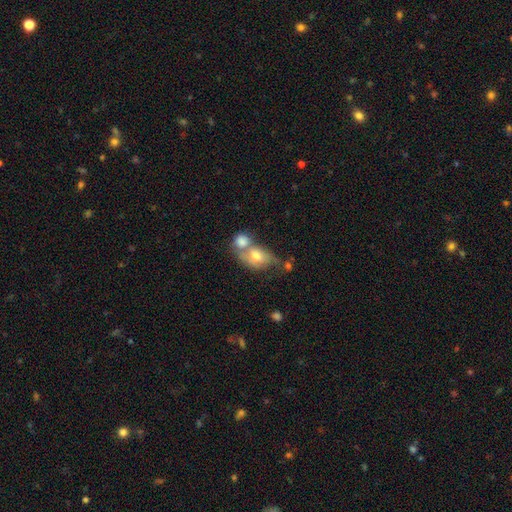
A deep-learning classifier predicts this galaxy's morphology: This is likely a smooth galaxy (62%). How rounded: likely in between (64%). Merging: likely merger (61%).